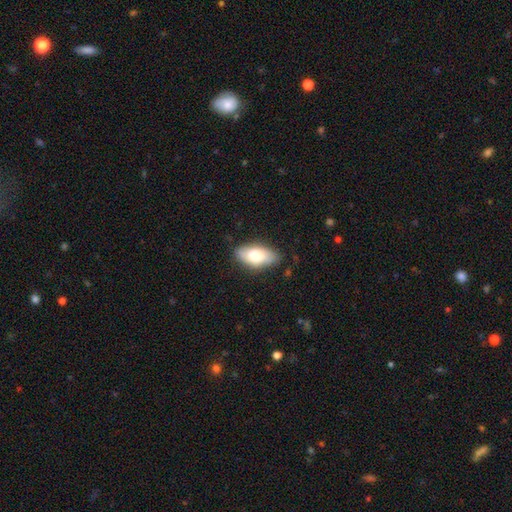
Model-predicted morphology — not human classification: A smooth galaxy with no disk features (75%) that is in between round and cigar-shaped (90%). Merging: none (79%).